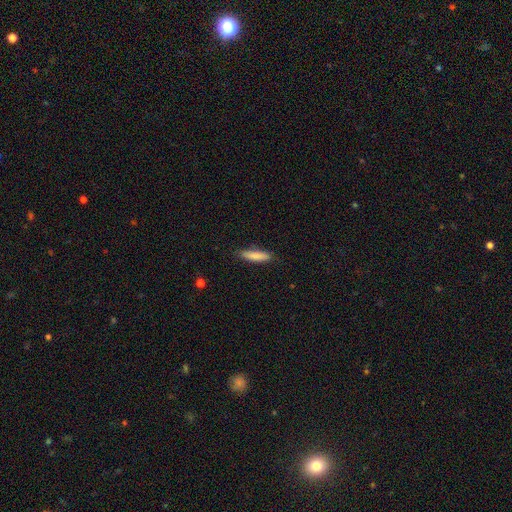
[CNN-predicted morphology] This appears to be a smooth galaxy with no disk features (83%) that is cigar-shaped (79%). Merging: none (85%).